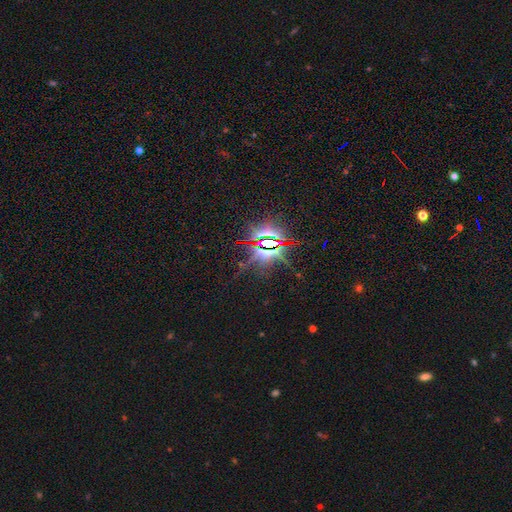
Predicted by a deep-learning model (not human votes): Q: Smooth or featured?
A: star or artifact (86%); runner-up: featured or disk (7%)